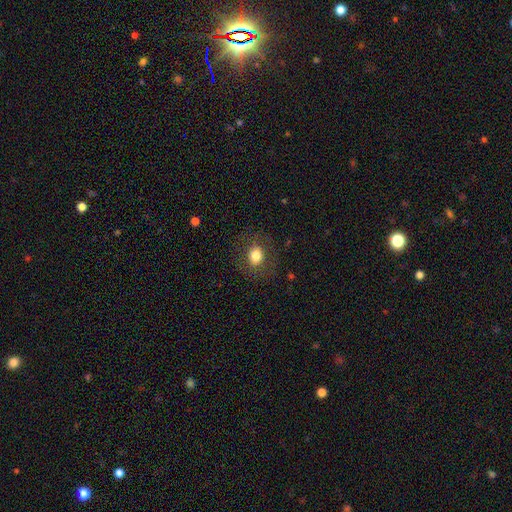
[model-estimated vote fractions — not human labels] Morphology: type=smooth (77%); roundness=round (66%); merging=none (83%).